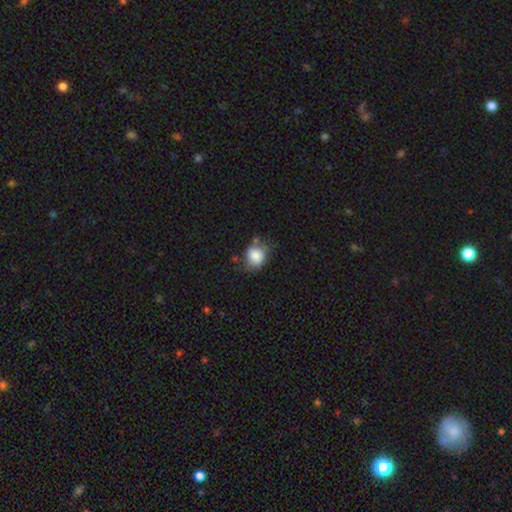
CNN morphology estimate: smooth-or-featured: smooth: 82% | featured or disk: 9% | star or artifact: 8%
  how-rounded: round: 62% | in between: 37% | cigar-shaped: 1%
  merging: none: 57% | minor disturbance: 27% | major disturbance: 8% | merger: 7%